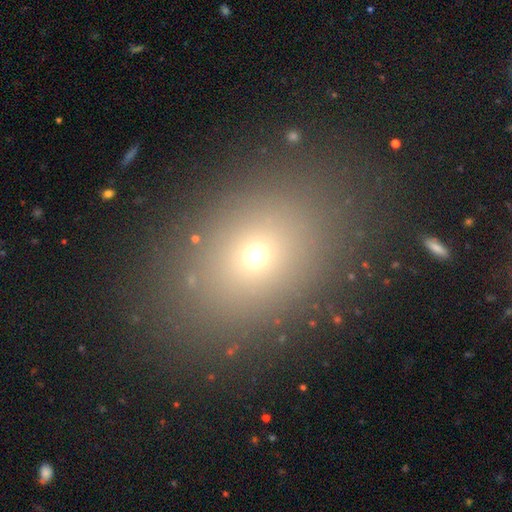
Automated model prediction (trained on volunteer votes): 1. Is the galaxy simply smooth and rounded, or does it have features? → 65% smooth, 22% star or artifact, 12% featured or disk.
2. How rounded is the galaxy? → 64% in between, 35% round, 2% cigar-shaped.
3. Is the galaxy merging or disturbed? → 84% none, 9% minor disturbance, 5% major disturbance, 2% merger.